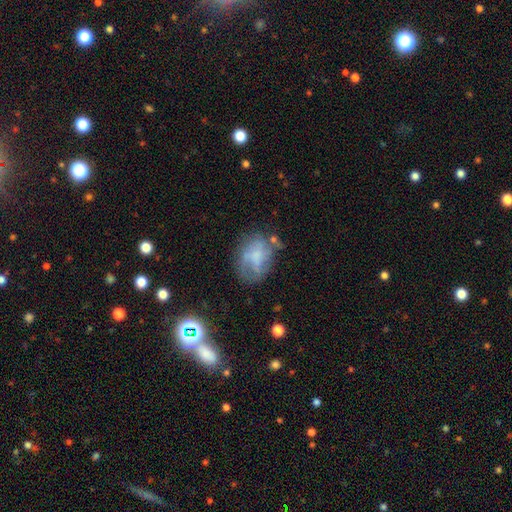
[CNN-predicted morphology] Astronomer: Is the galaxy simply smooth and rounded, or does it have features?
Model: featured or disk — 47% (runner-up: smooth, 42%).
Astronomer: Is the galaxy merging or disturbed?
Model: none — 46% (runner-up: minor disturbance, 27%).